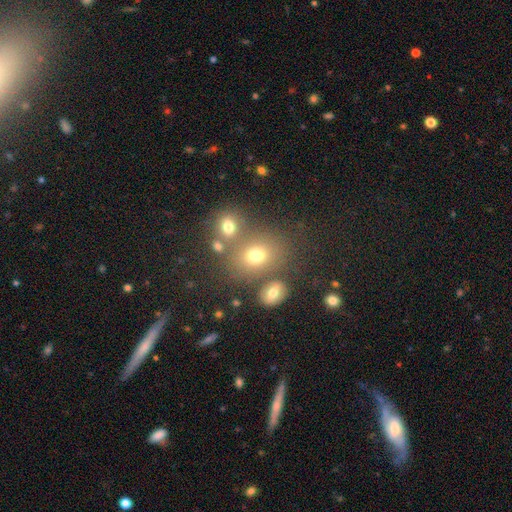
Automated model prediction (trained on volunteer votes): Smooth or featured: smooth — 71% (star or artifact — 17%)
How rounded: in between — 50% (round — 49%)
Merging: none — 62% (merger — 21%)